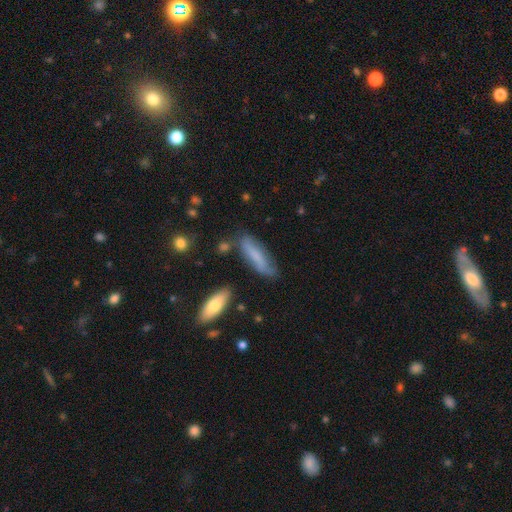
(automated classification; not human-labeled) Overall: smooth (66%; featured or disk 26%). How rounded: cigar-shaped (63%; in between 35%). Merging: none (66%).